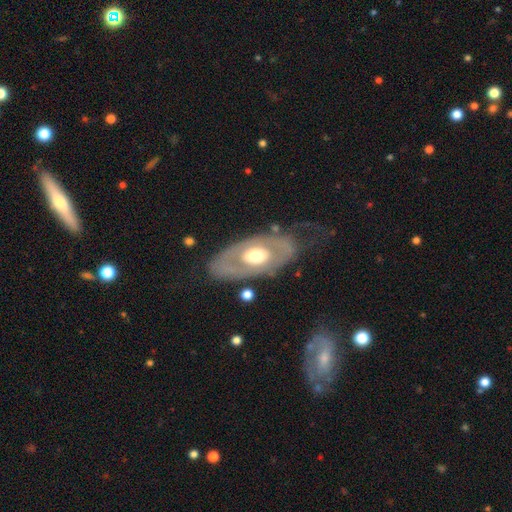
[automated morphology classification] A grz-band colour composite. It shows a featured or disk galaxy (62%) with no bar (86%), no spiral arms (83%) and a moderate central bulge (61%). Merging: none (70%).